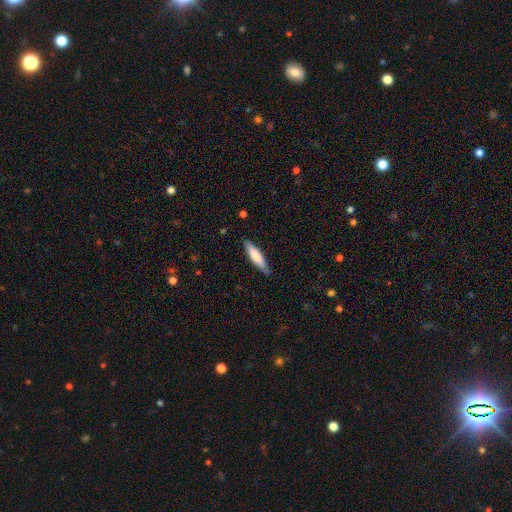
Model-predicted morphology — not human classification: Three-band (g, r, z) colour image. It shows a smooth galaxy with no disk features (75%) that is cigar-shaped (75%). Merging: none (82%).